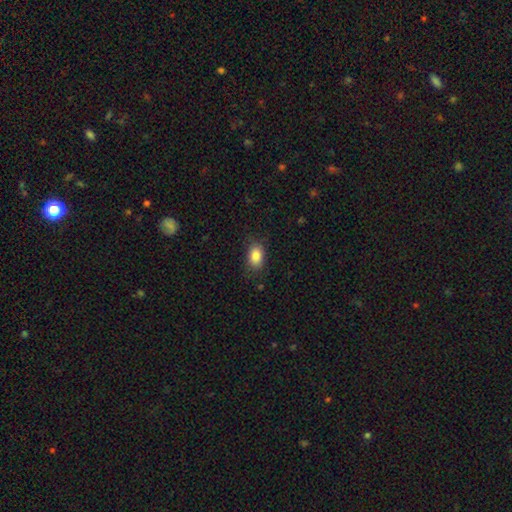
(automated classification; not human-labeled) Q: Smooth or featured?
A: smooth (86%); runner-up: star or artifact (8%)
Q: How rounded?
A: in between (84%); runner-up: round (14%)
Q: Merging?
A: none (80%); runner-up: minor disturbance (15%)